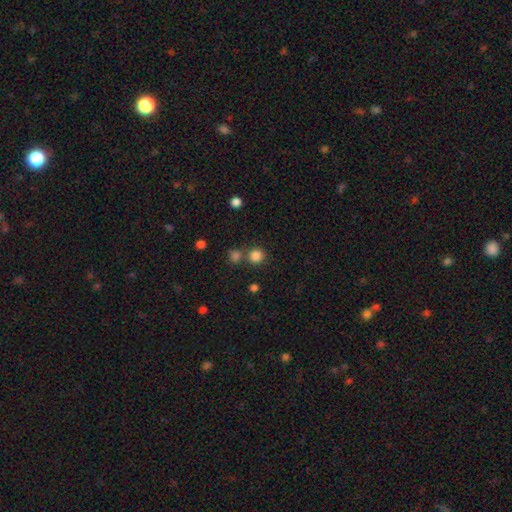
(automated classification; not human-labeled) smooth-or-featured: smooth: 82% | star or artifact: 13% | featured or disk: 4%
  how-rounded: round: 91% | in between: 8% | cigar-shaped: 1%
  merging: none: 71% | merger: 19% | minor disturbance: 7% | major disturbance: 3%